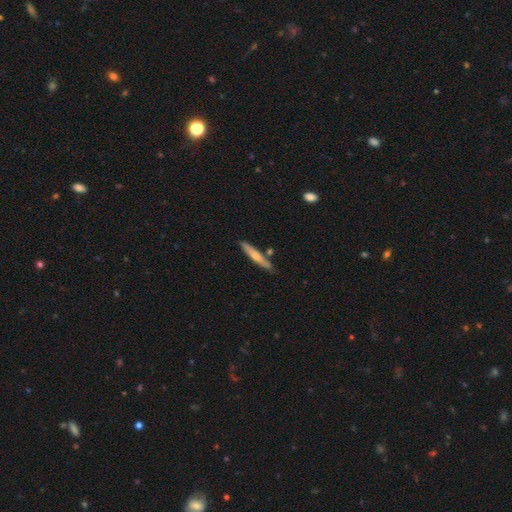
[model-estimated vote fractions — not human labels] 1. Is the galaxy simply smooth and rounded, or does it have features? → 56% smooth, 38% featured or disk, 5% star or artifact.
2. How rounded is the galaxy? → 91% cigar-shaped, 7% in between, 1% round.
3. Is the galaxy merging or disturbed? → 77% none, 13% minor disturbance, 7% merger, 2% major disturbance.